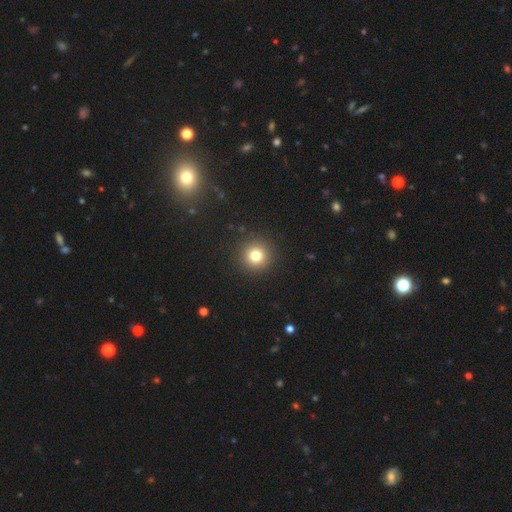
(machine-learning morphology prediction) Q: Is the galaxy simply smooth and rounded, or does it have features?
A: smooth — 79%.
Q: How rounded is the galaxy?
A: round — 95%.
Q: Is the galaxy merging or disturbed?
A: none — 91%.